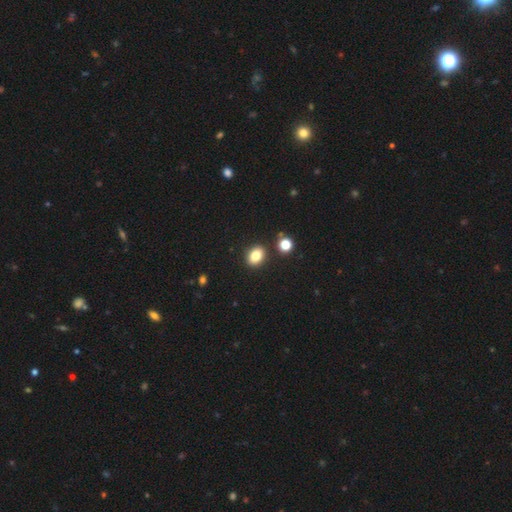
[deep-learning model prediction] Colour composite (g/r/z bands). It shows a smooth galaxy with no disk features (83%) that is in between round and cigar-shaped (62%). Merging: none (85%).